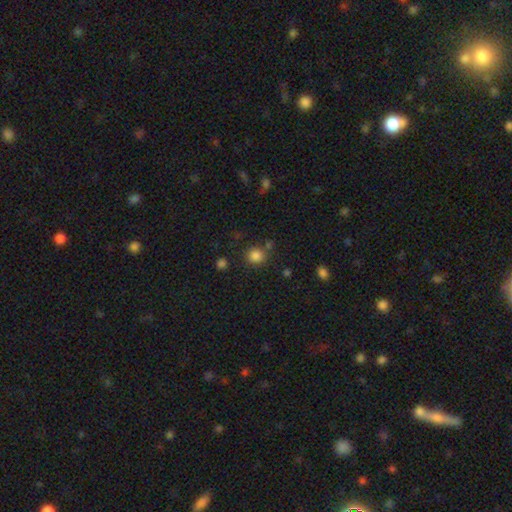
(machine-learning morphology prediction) smooth 83%, star or artifact 13%, featured or disk 4%. Down the decision tree: how rounded — round (87%); merging — none (79%).